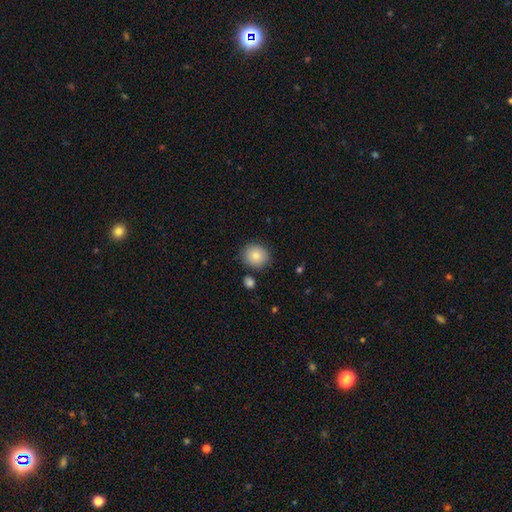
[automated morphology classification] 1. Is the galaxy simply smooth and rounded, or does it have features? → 83% smooth, 9% star or artifact, 8% featured or disk.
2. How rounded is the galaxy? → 87% round, 12% in between, 1% cigar-shaped.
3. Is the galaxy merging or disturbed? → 83% none, 10% minor disturbance, 4% merger, 2% major disturbance.